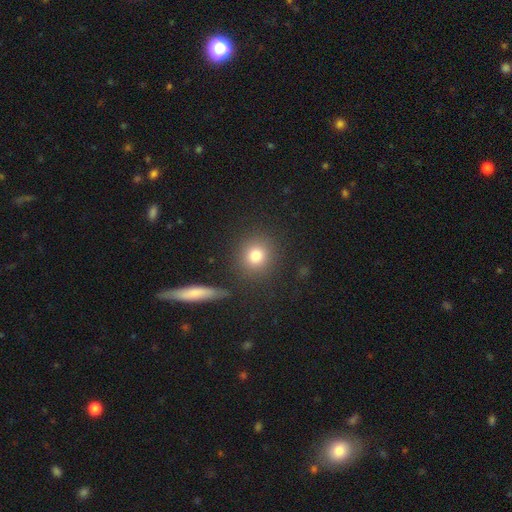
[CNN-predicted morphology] The model was most divided on "smooth or featured": smooth: 79%, star or artifact: 12%, featured or disk: 9%. More confident: how rounded — round (86%); merging — none (84%).